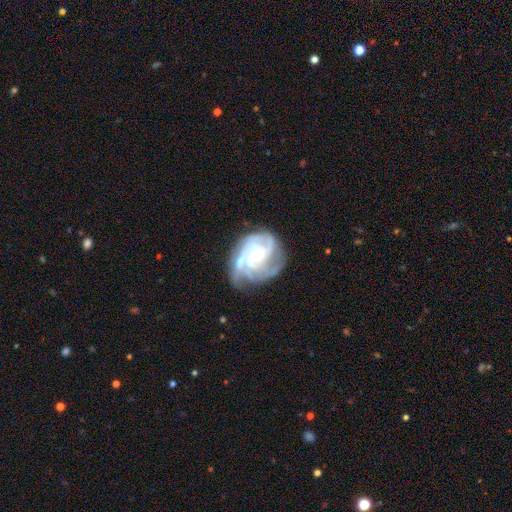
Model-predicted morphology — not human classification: smooth-or-featured: featured or disk: 88% | smooth: 6% | star or artifact: 6%
  disk-edge-on: no: 98% | yes: 2%
    bar: no: 70% | weak: 24% | strong: 6%
    has-spiral-arms: yes: 97% | no: 3%
      spiral-winding: tight: 67% | medium: 28% | loose: 5%
      spiral-arm-count: 3: 35% | 4: 25% | can't tell: 18% | 2: 12% | more than 4: 5% | 1: 5%
    bulge-size: small: 59% | moderate: 36% | large: 2% | none: 2% | dominant: 1%
  merging: none: 63% | minor disturbance: 22% | major disturbance: 10% | merger: 4%